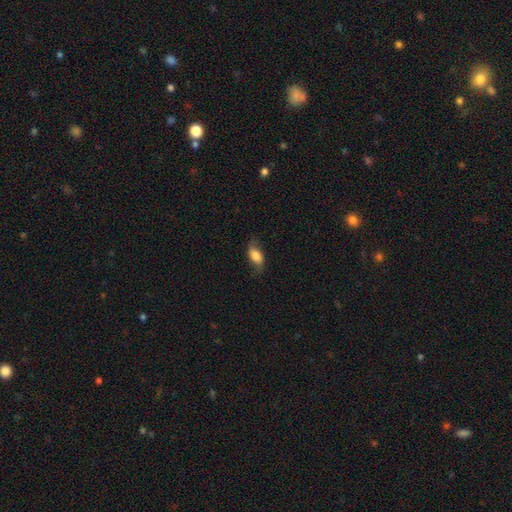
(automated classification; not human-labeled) Smooth or featured? Predicted: smooth (p=0.66). How rounded? Predicted: in between (p=0.86). Merging? Predicted: none (p=0.67).